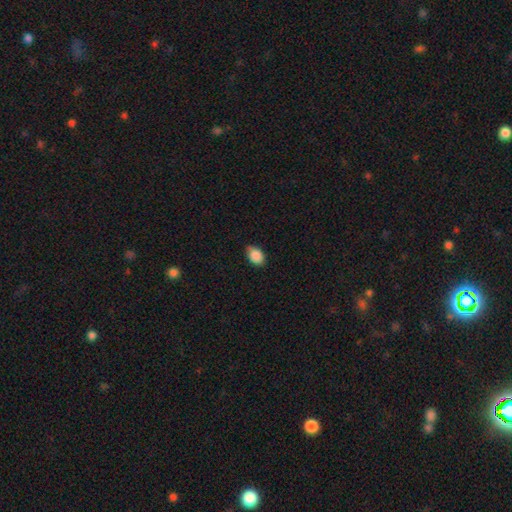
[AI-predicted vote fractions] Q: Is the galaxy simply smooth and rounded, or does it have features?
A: smooth — 89%.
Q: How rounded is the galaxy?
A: in between — 82%.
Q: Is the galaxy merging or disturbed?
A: none — 80%.